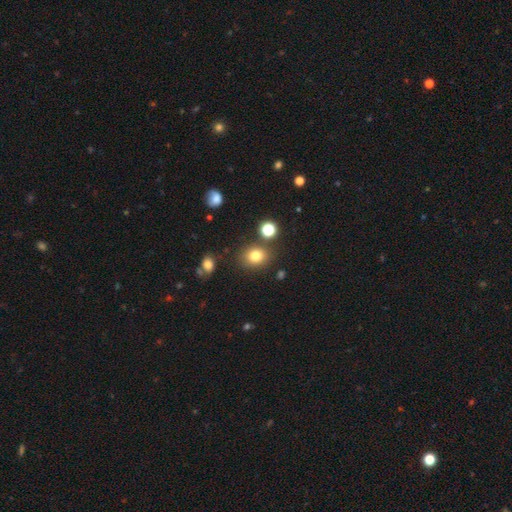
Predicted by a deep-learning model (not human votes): This is likely a smooth galaxy (78%). How rounded: likely round (64%). Merging: clearly none (80%).